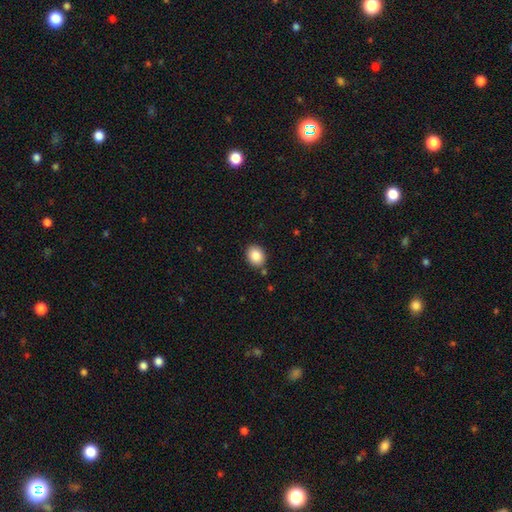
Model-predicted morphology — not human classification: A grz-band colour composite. It shows a smooth galaxy with no disk features (87%) that is round (53%). Merging: none (85%).